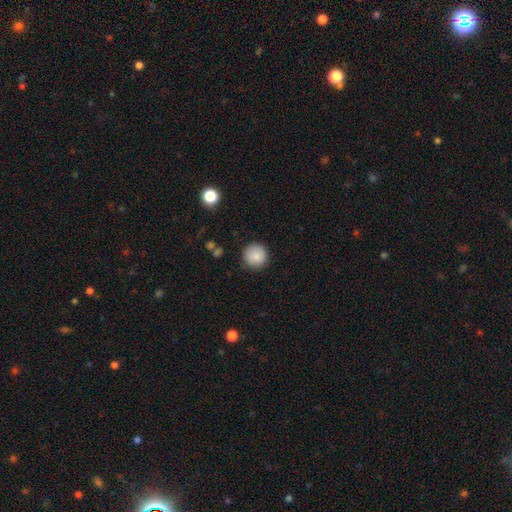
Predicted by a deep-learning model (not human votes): A smooth galaxy with no disk features (87%) that is round (95%).

Vote fractions:
- Smooth or featured? smooth: 87% / star or artifact: 8% / featured or disk: 5%
- How rounded? round: 95% / in between: 4% / cigar-shaped: 1%
- Merging? none: 88% / minor disturbance: 8% / major disturbance: 2% / merger: 1%